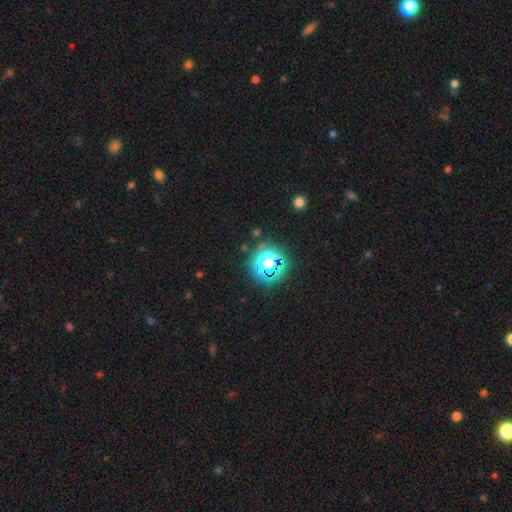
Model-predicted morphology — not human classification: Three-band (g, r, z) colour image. It shows a star or artifact, not a galaxy (80%).